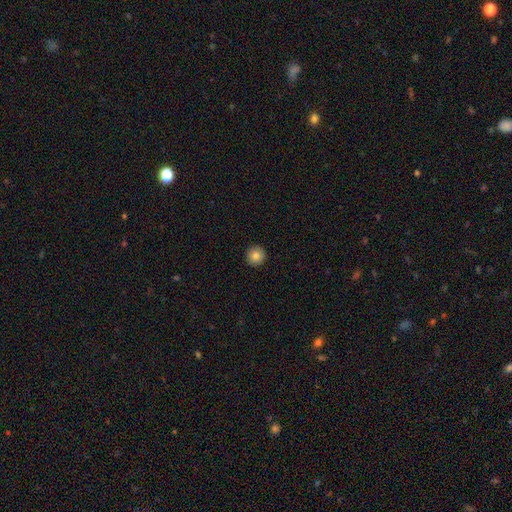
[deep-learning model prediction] This is clearly a smooth galaxy (83%). How rounded: clearly round (96%). Merging: clearly none (93%).